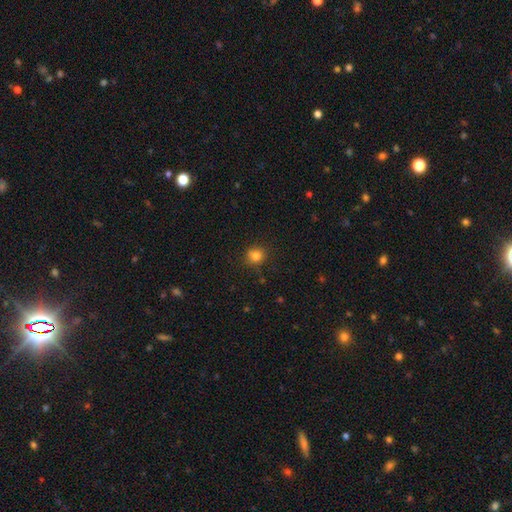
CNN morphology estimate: Overall: smooth (81%). How rounded: round (86%). Merging: none (80%).